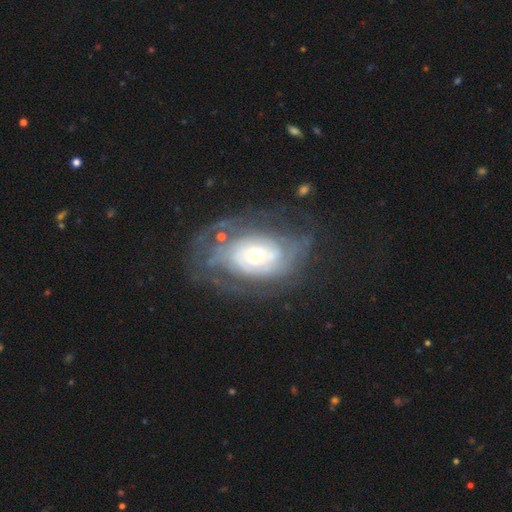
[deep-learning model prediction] A featured or disk galaxy (83%) with no bar (75%), tight (66%) spiral arms (91%) and a small central bulge (49%).

Vote fractions:
- Smooth or featured? featured or disk: 83% / smooth: 11% / star or artifact: 6%
- Edge-on disk? no: 95% / yes: 5%
- Bar? no: 75% / weak: 19% / strong: 6%
- Spiral arms? yes: 91% / no: 9%
- Spiral winding? tight: 66% / medium: 25% / loose: 9%
- Spiral arm count? can't tell: 45% / 2: 20% / 3: 13% / 4: 10% / more than 4: 7% / 1: 5%
- Bulge size? small: 49% / moderate: 39% / large: 9% / dominant: 2% / none: 1%
- Merging? none: 64% / minor disturbance: 19% / major disturbance: 16% / merger: 2%